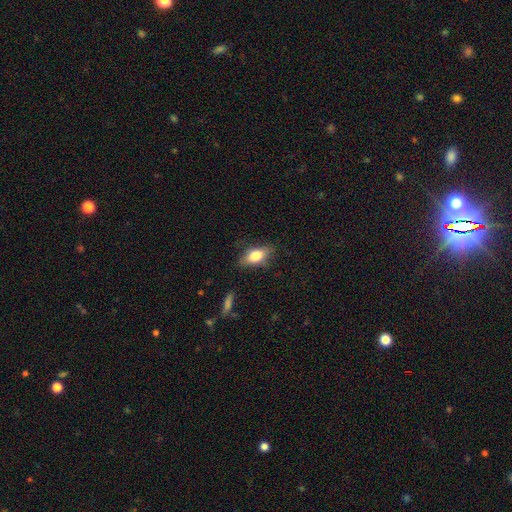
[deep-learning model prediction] A smooth galaxy with no disk features (75%) that is in between round and cigar-shaped (82%).

Vote fractions:
- Smooth or featured? smooth: 75% / featured or disk: 17% / star or artifact: 8%
- How rounded? in between: 82% / cigar-shaped: 11% / round: 6%
- Merging? none: 77% / minor disturbance: 17% / major disturbance: 4% / merger: 1%